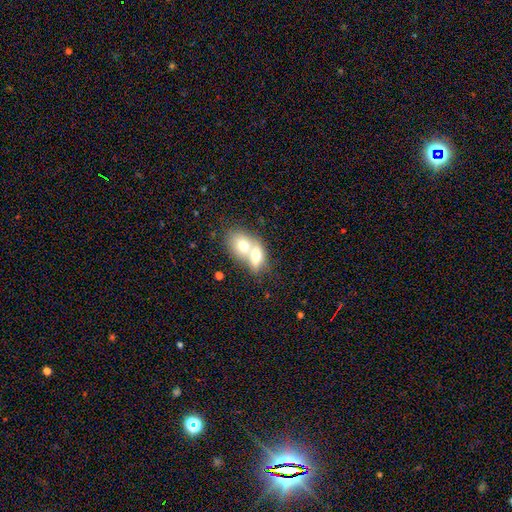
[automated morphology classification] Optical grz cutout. It shows a smooth galaxy with no disk features (67%) that is in between round and cigar-shaped (76%). Merging: merger (77%).